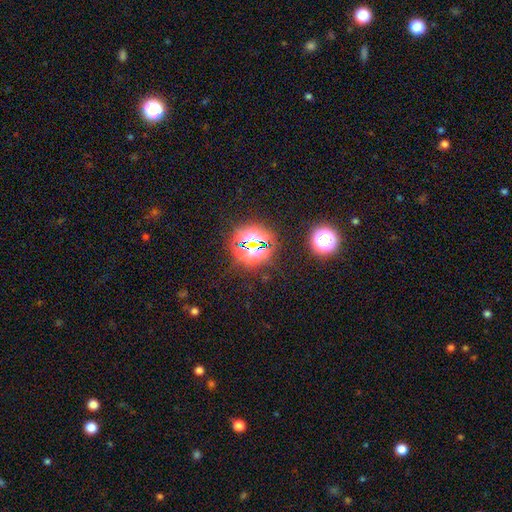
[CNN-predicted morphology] Q: Smooth or featured?
A: star or artifact (80%); runner-up: smooth (14%)